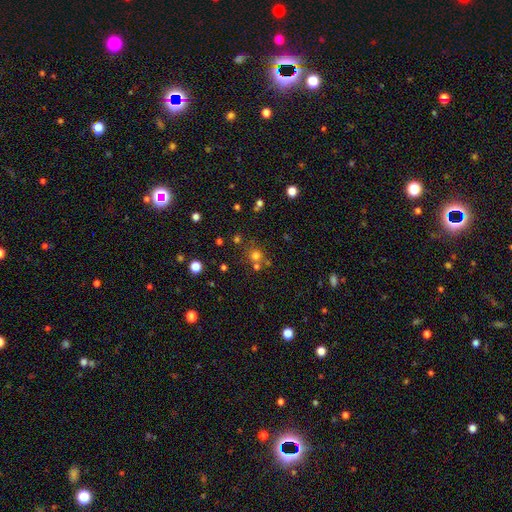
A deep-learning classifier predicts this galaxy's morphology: Smooth or featured? smooth (67%)
How rounded? round (89%)
Merging? none (63%)